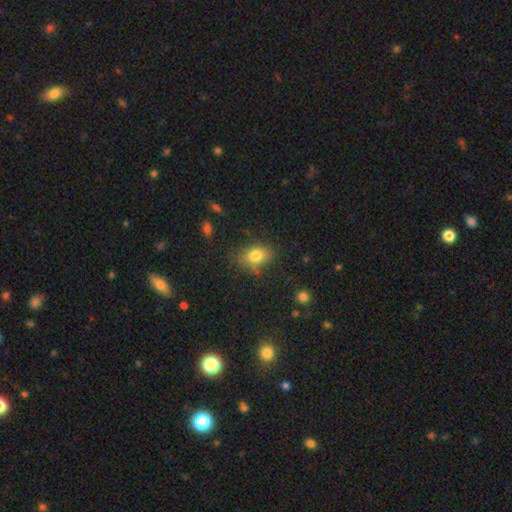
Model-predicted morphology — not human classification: Smooth or featured? smooth (80%)
How rounded? in between (80%)
Merging? none (73%)